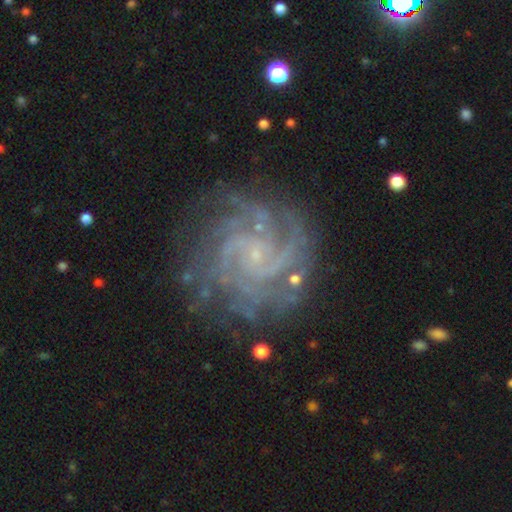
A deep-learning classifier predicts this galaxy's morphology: Overall: featured or disk (90%). Edge-on disk: no (98%). Bar: no (70%). Spiral arms: yes (98%). Spiral arm count: 4 (26%; 3 18%). Spiral winding: tight (66%; medium 30%). Bulge size: small (84%). Merging: none (76%).